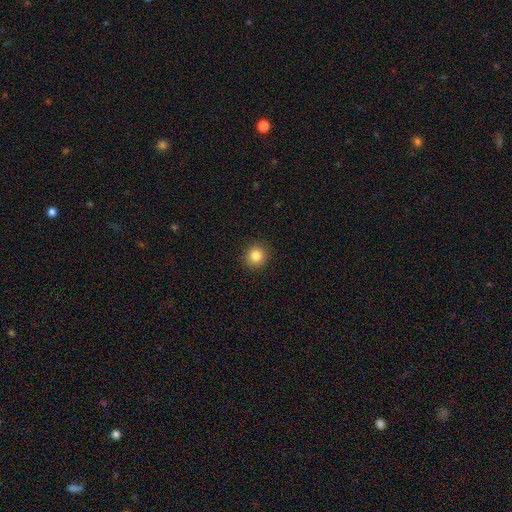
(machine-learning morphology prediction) This appears to be a smooth galaxy with no disk features (84%) that is round (90%). Merging: none (91%).